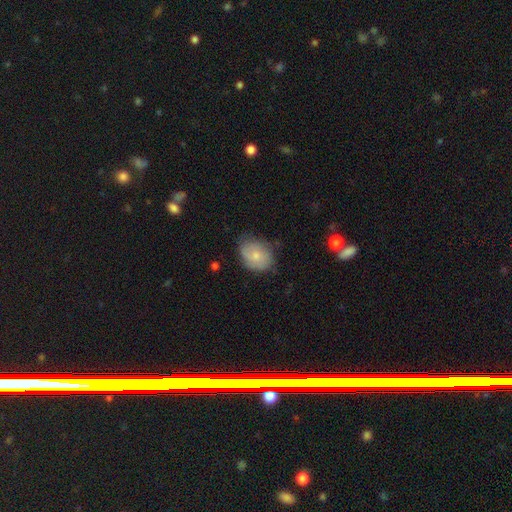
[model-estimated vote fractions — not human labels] Smooth or featured?
  - smooth: 65% *
  - featured or disk: 28%
  - star or artifact: 7%
How rounded?
  - in between: 55% *
  - round: 44%
  - cigar-shaped: 1%
Merging?
  - none: 59% *
  - minor disturbance: 31%
  - major disturbance: 9%
  - merger: 2%